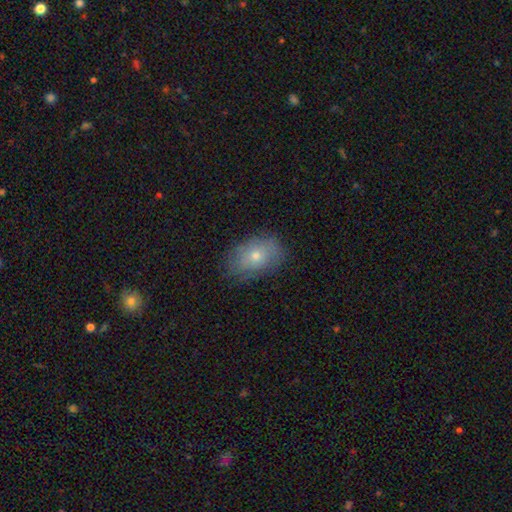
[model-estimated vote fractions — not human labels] Q: Smooth or featured?
A: smooth (67%); runner-up: featured or disk (24%)
Q: How rounded?
A: in between (82%); runner-up: round (16%)
Q: Merging?
A: none (77%); runner-up: minor disturbance (17%)